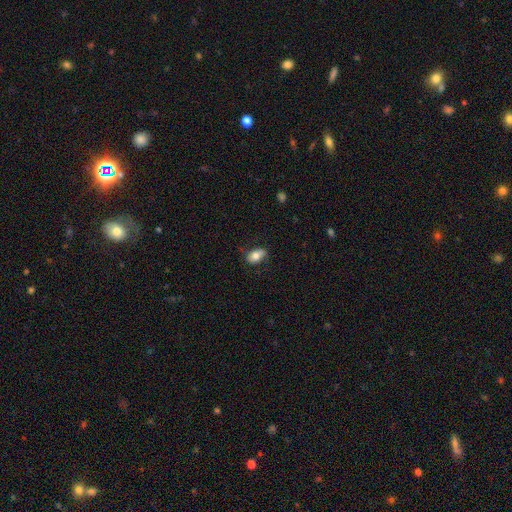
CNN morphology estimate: Smooth or featured? smooth (74%)
How rounded? in between (88%)
Merging? none (71%)